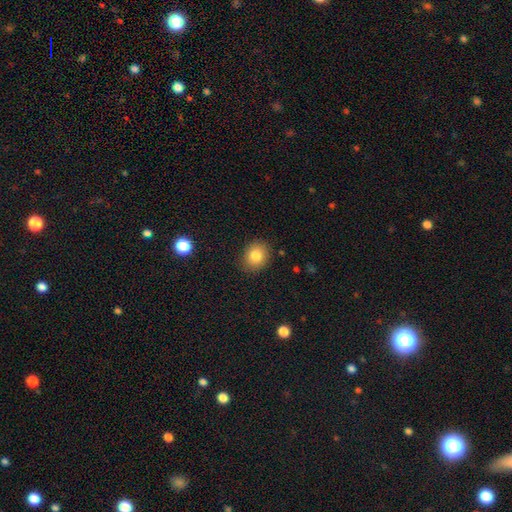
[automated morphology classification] Smooth or featured? smooth (82%)
How rounded? round (61%)
Merging? none (87%)